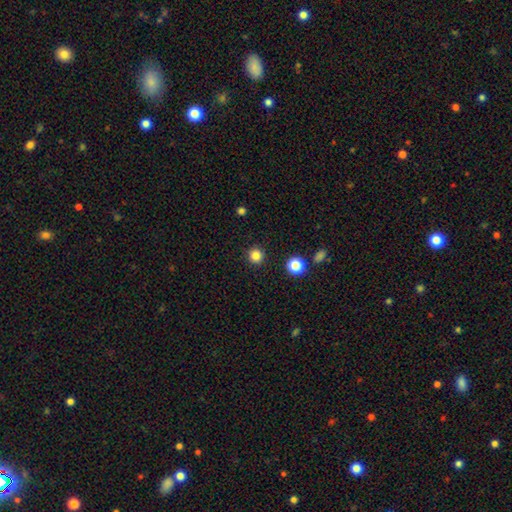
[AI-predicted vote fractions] Smooth or featured?
  - smooth: 84% *
  - star or artifact: 13%
  - featured or disk: 4%
How rounded?
  - round: 95% *
  - in between: 4%
  - cigar-shaped: 1%
Merging?
  - none: 92% *
  - minor disturbance: 4%
  - major disturbance: 2%
  - merger: 1%